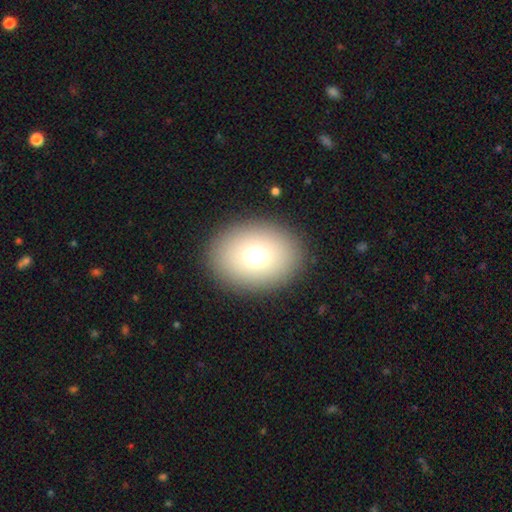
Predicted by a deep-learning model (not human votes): Smooth or featured? Predicted: smooth (p=0.72). How rounded? Predicted: in between (p=0.58). Merging? Predicted: none (p=0.89).